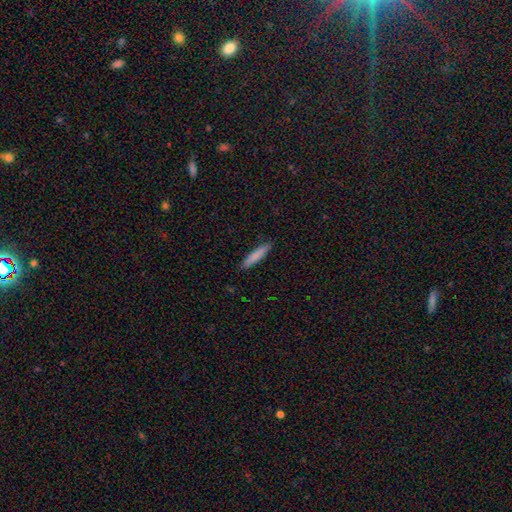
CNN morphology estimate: A smooth galaxy with no disk features (81%) that is cigar-shaped (90%).

Vote fractions:
- Smooth or featured? smooth: 81% / featured or disk: 13% / star or artifact: 6%
- How rounded? cigar-shaped: 90% / in between: 9% / round: 1%
- Merging? none: 90% / minor disturbance: 8% / major disturbance: 2% / merger: 1%